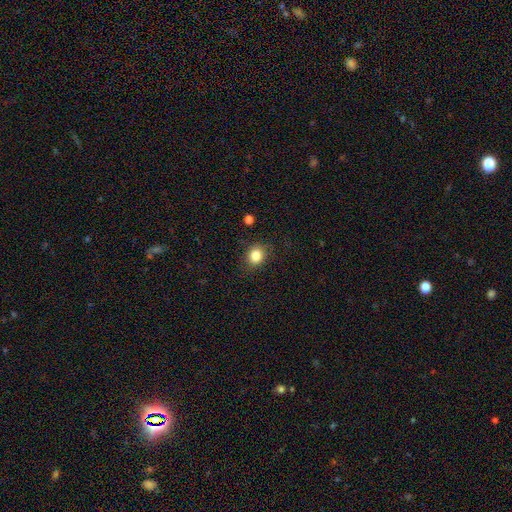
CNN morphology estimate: A smooth galaxy with no disk features (83%) that is round (66%).

Vote fractions:
- Smooth or featured? smooth: 83% / star or artifact: 11% / featured or disk: 6%
- How rounded? round: 66% / in between: 33% / cigar-shaped: 1%
- Merging? none: 84% / minor disturbance: 12% / major disturbance: 3% / merger: 1%